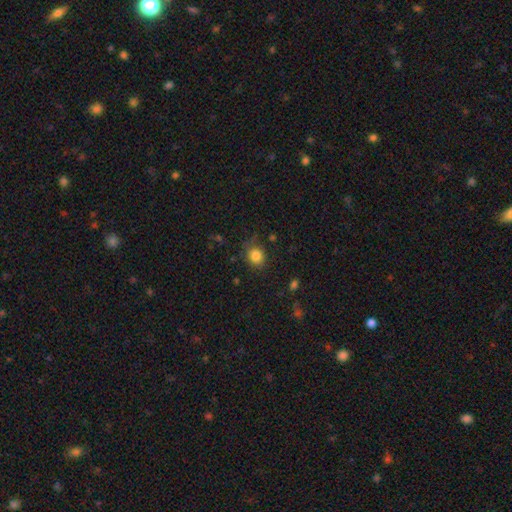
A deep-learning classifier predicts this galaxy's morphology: This is clearly a smooth galaxy (83%). How rounded: likely round (68%). Merging: likely none (72%).